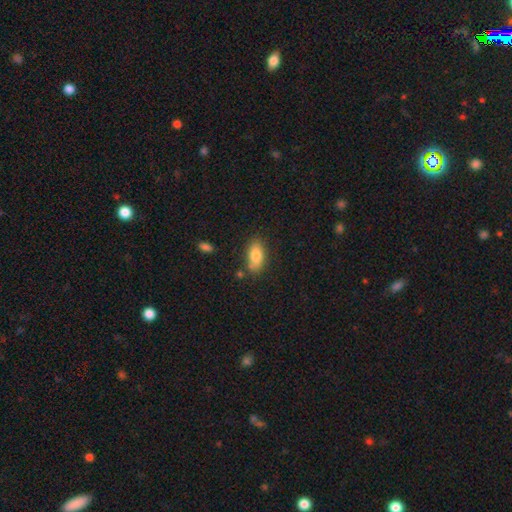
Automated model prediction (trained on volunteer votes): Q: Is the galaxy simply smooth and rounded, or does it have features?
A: smooth — 81%.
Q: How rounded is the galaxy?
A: in between — 90%.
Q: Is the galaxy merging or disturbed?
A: none — 73%.